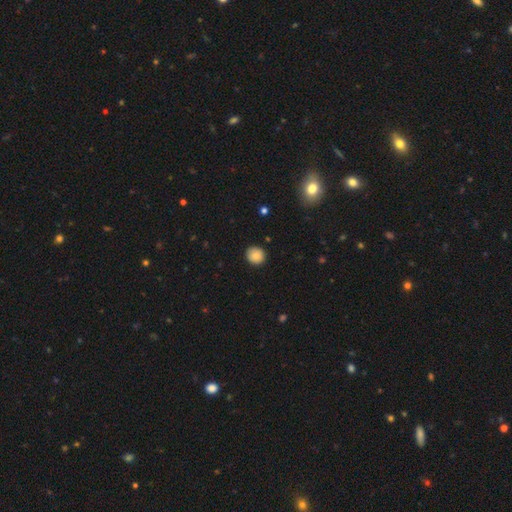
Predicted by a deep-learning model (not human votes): Q: Smooth or featured?
A: smooth (84%); runner-up: star or artifact (9%)
Q: How rounded?
A: round (90%); runner-up: in between (9%)
Q: Merging?
A: none (89%); runner-up: minor disturbance (8%)